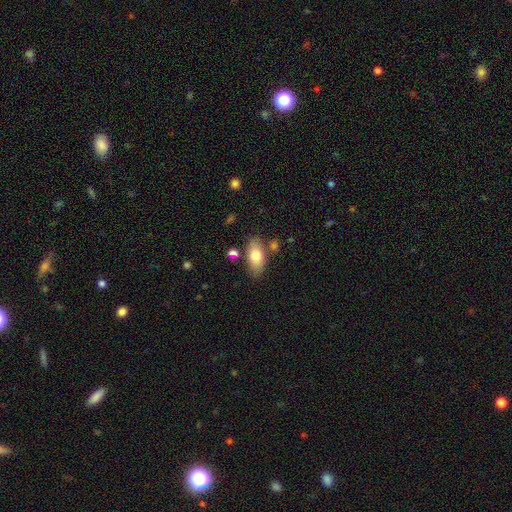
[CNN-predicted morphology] A smooth galaxy with no disk features (77%) that is in between round and cigar-shaped (89%). Merging: none (78%).